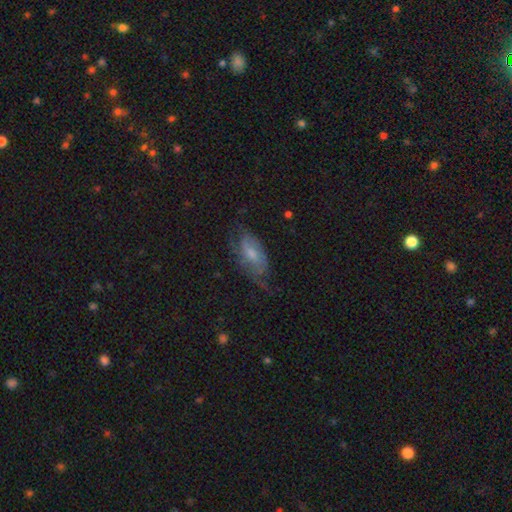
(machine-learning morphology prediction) type=featured or disk (36%); merging=none (73%).